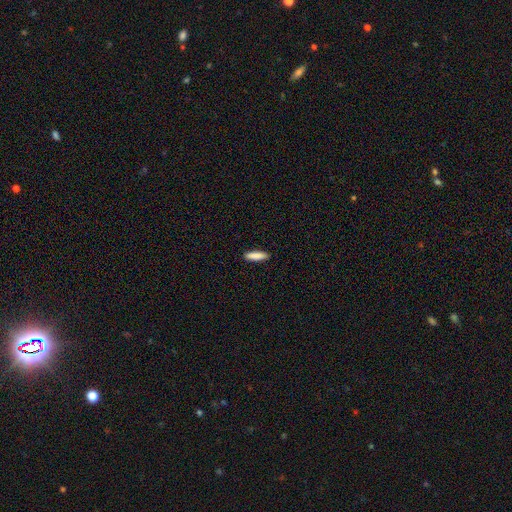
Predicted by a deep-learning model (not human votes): Overall: smooth (88%). How rounded: cigar-shaped (70%). Merging: none (91%).